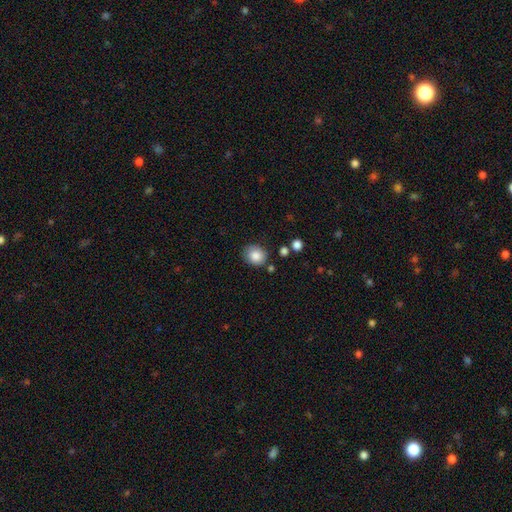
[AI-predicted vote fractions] Smooth or featured? smooth (85%)
How rounded? round (70%)
Merging? none (77%)